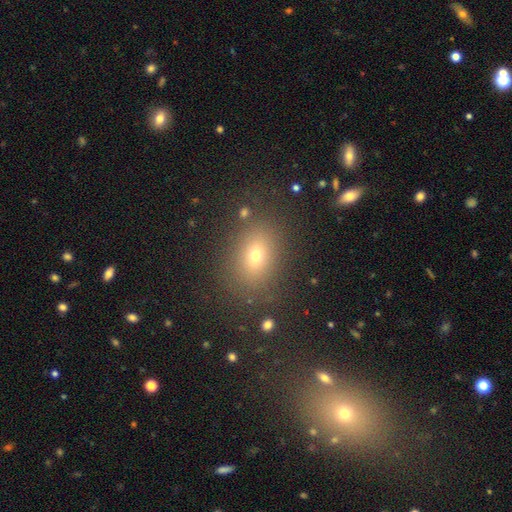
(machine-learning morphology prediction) type=smooth (67%); roundness=in between (66%); merging=none (82%).